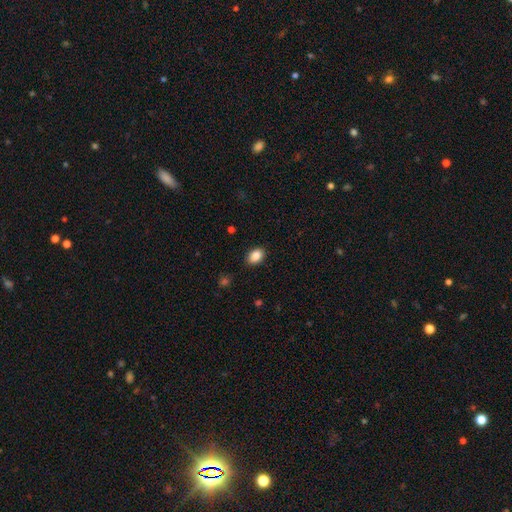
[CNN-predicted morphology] smooth 87%, star or artifact 8%, featured or disk 5%. Down the decision tree: how rounded — in between (85%); merging — none (88%).